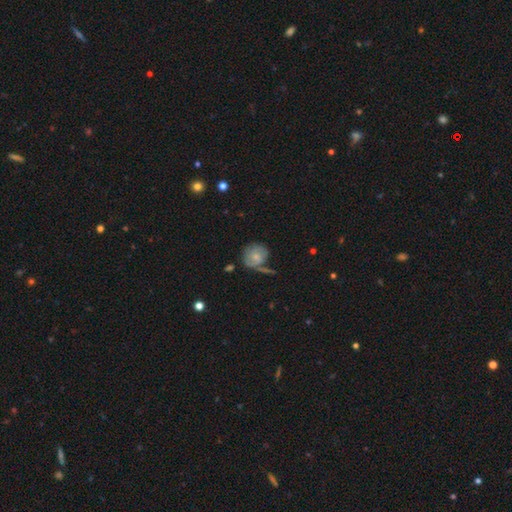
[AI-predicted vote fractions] smooth-or-featured: smooth: 61% | featured or disk: 31% | star or artifact: 8%
  how-rounded: round: 78% | in between: 20% | cigar-shaped: 1%
  merging: none: 57% | minor disturbance: 24% | merger: 11% | major disturbance: 9%